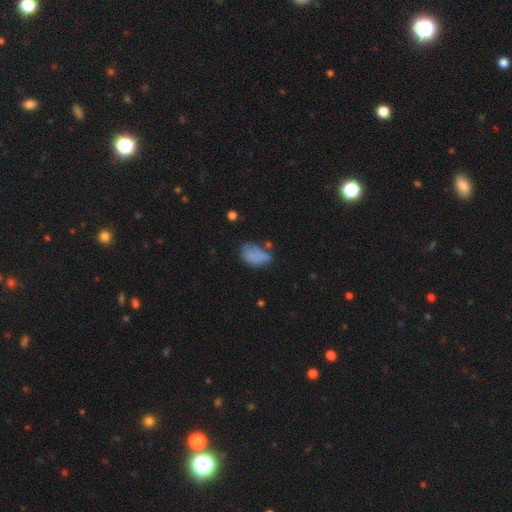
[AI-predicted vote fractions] The model was most divided on "merging": none: 37%, minor disturbance: 33%, major disturbance: 21%, merger: 9%. More confident: how rounded — in between (88%); smooth or featured — smooth (74%).